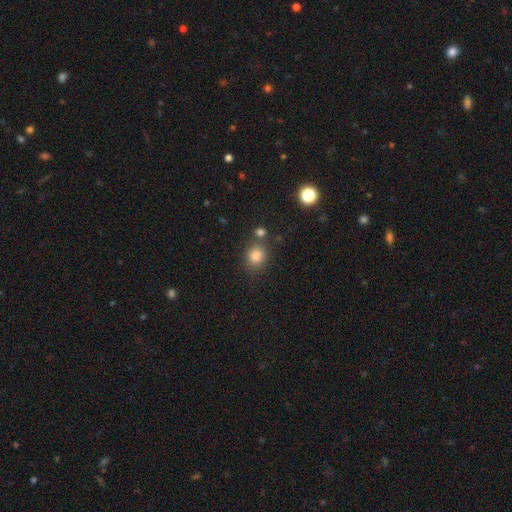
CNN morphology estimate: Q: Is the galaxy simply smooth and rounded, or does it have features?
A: smooth — 83%.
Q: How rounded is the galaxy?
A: round — 74%.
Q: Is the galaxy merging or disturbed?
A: none — 73%.